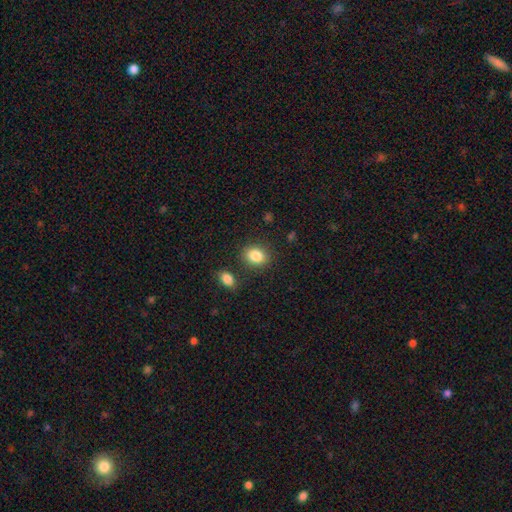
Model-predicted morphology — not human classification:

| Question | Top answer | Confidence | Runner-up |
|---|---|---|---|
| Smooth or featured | smooth | 86% | star or artifact (9%) |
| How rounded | in between | 55% | round (44%) |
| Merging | none | 83% | minor disturbance (10%) |